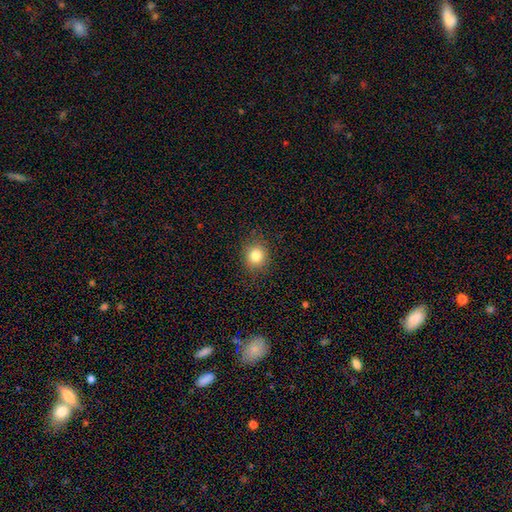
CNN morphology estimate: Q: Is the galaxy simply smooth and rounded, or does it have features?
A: smooth — 82%.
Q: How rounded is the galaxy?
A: round — 79%.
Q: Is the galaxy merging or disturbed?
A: none — 88%.